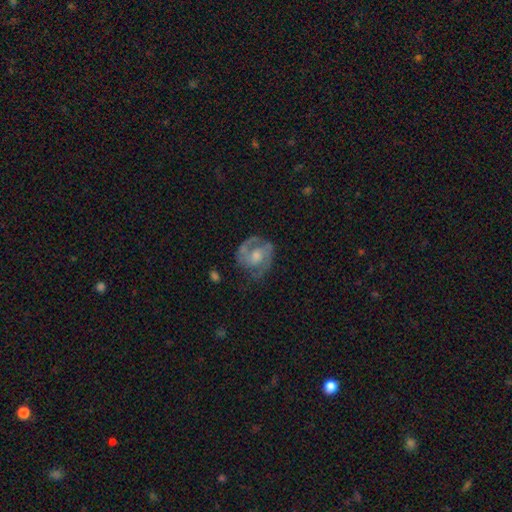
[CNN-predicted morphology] This appears to be a featured or disk galaxy (76%) with no bar (54%), 2 (70%) medium (47%) spiral arms (88%) and a moderate central bulge (50%). Merging: none (59%).